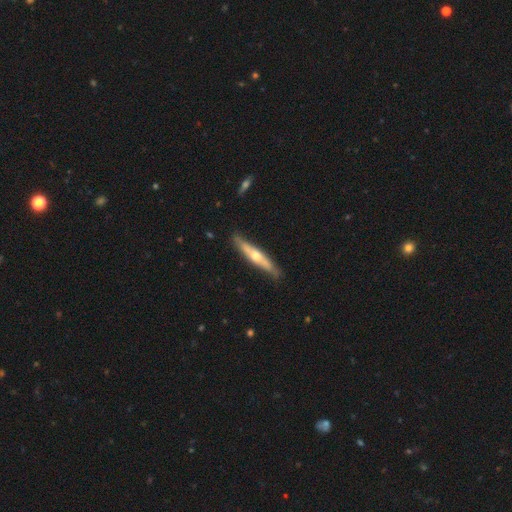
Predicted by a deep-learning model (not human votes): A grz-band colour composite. It shows a featured or disk galaxy (62%) viewed edge-on (91%) with a rounded central bulge (87%). Merging: none (85%).